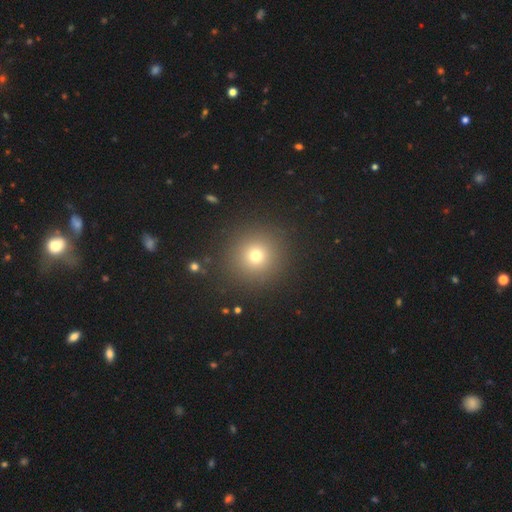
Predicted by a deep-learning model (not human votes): This appears to be a smooth galaxy with no disk features (71%) that is round (95%). Merging: none (90%).